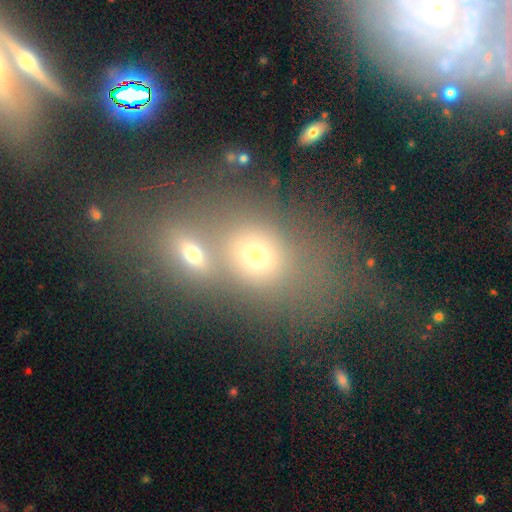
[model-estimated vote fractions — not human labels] Overall: smooth (63%). How rounded: in between (51%; round 48%). Merging: merger (58%; none 26%).